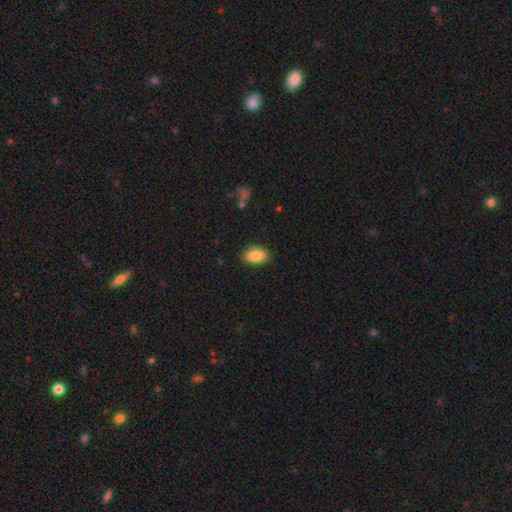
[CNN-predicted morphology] The model was most divided on "merging": none: 86%, minor disturbance: 11%, major disturbance: 2%, merger: 1%. More confident: how rounded — in between (87%); smooth or featured — smooth (86%).